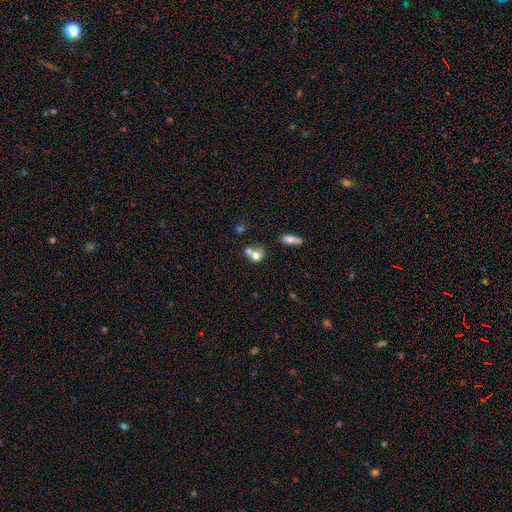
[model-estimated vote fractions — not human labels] Morphology: type=smooth (72%); roundness=round (66%); merging=merger (52%).